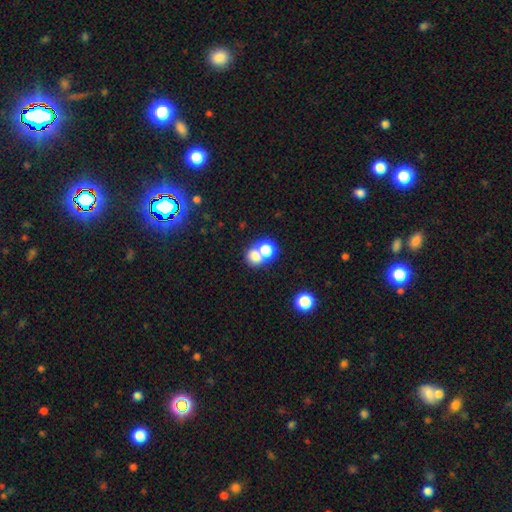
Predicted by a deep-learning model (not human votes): The model was most divided on "merging": merger: 49%, none: 40%, minor disturbance: 7%, major disturbance: 4%. More confident: how rounded — round (70%); smooth or featured — smooth (69%).